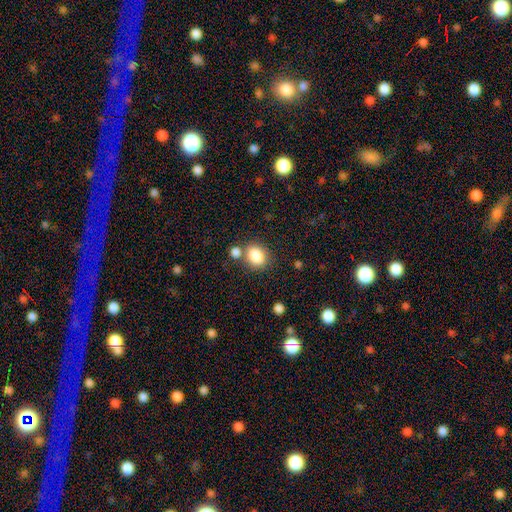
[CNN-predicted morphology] A smooth galaxy with no disk features (85%) that is round (56%).

Vote fractions:
- Smooth or featured? smooth: 85% / star or artifact: 10% / featured or disk: 6%
- How rounded? round: 56% / in between: 43% / cigar-shaped: 1%
- Merging? none: 69% / merger: 17% / minor disturbance: 11% / major disturbance: 4%